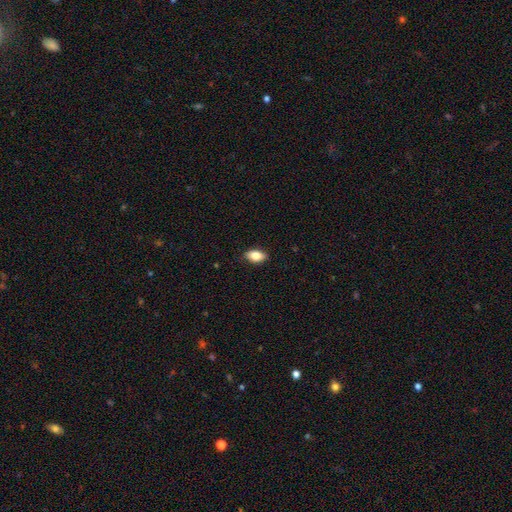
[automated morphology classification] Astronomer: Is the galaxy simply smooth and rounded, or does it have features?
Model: smooth — 82%.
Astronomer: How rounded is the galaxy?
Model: in between — 89%.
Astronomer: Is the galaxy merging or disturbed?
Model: none — 86%.